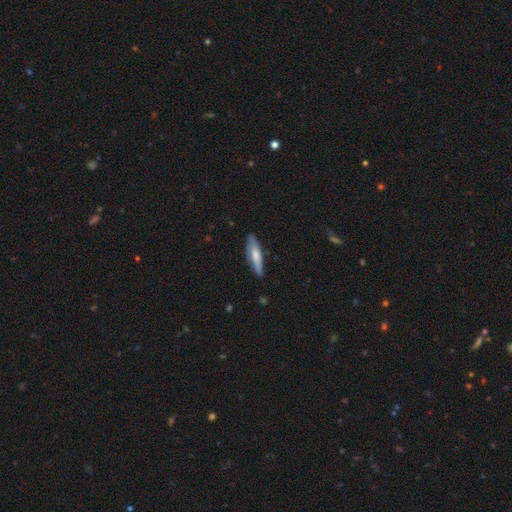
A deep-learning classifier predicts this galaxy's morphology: smooth_or_featured: smooth (p=0.61) [alt: featured or disk p=0.34]
how_rounded: cigar-shaped (p=0.72) [alt: in between p=0.26]
merging: none (p=0.75) [alt: minor disturbance p=0.19]